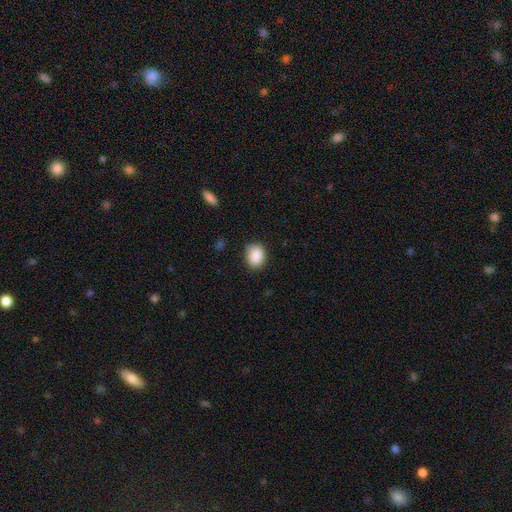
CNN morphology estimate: smooth-or-featured: smooth: 88% | star or artifact: 8% | featured or disk: 4%
  how-rounded: round: 53% | in between: 46% | cigar-shaped: 1%
  merging: none: 79% | minor disturbance: 16% | major disturbance: 3% | merger: 1%